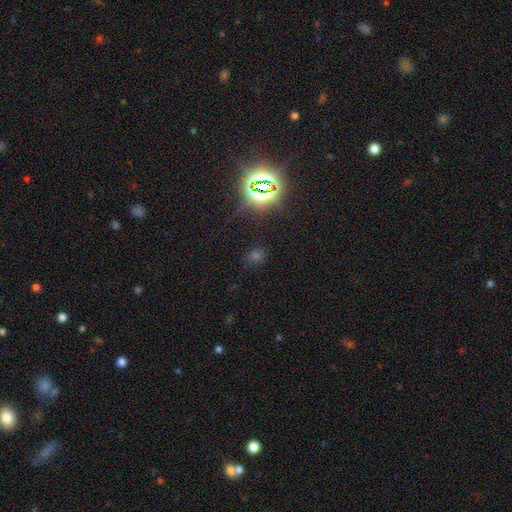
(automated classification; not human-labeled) Smooth or featured: star or artifact — 61% (smooth — 30%)